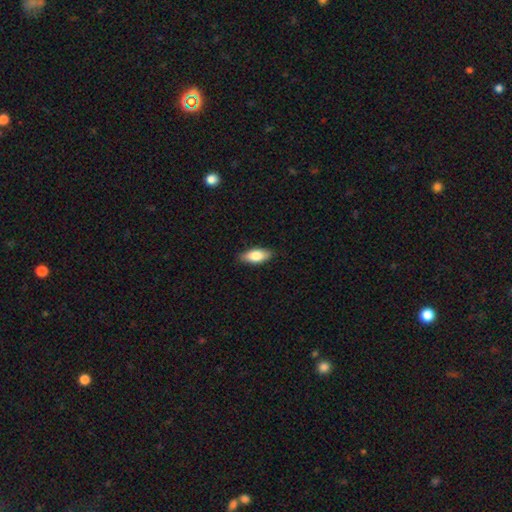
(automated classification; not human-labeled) Smooth or featured?
  - smooth: 81% *
  - featured or disk: 13%
  - star or artifact: 6%
How rounded?
  - in between: 85% *
  - cigar-shaped: 12%
  - round: 3%
Merging?
  - none: 86% *
  - minor disturbance: 11%
  - major disturbance: 2%
  - merger: 1%